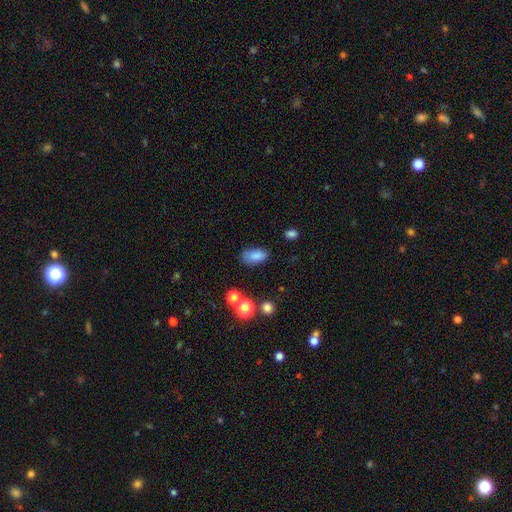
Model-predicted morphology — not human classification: smooth-or-featured: smooth: 83% | star or artifact: 10% | featured or disk: 7%
  how-rounded: in between: 90% | round: 6% | cigar-shaped: 4%
  merging: none: 68% | minor disturbance: 22% | major disturbance: 6% | merger: 3%